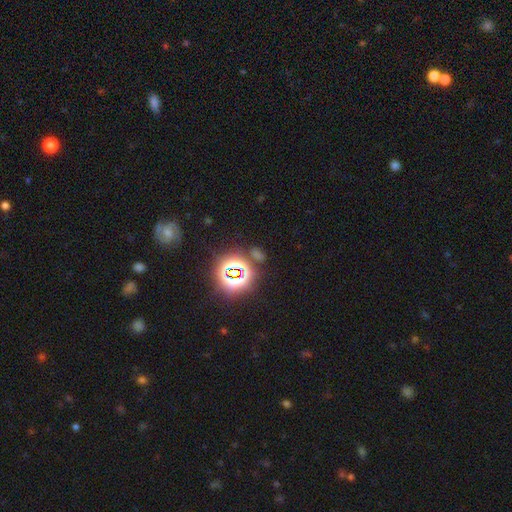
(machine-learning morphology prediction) smooth_or_featured: star or artifact (p=0.70) [alt: smooth p=0.20]